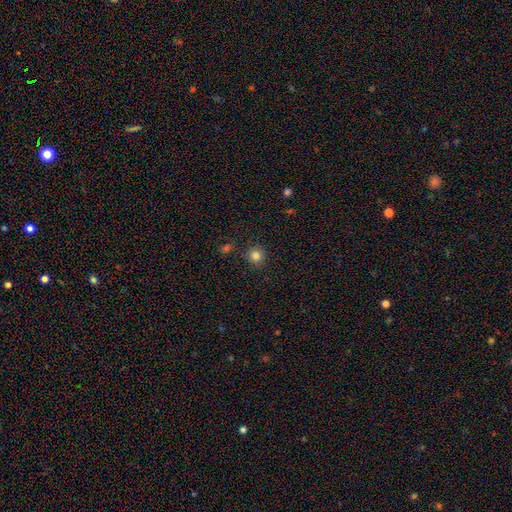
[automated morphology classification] smooth-or-featured: smooth: 82% | star or artifact: 13% | featured or disk: 6%
  how-rounded: round: 92% | in between: 7% | cigar-shaped: 1%
  merging: none: 88% | minor disturbance: 8% | merger: 2% | major disturbance: 2%